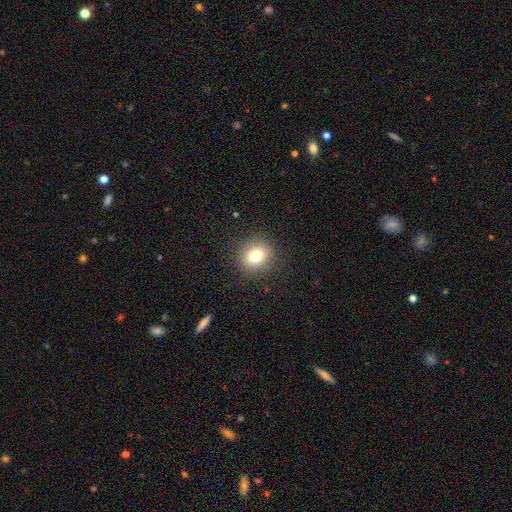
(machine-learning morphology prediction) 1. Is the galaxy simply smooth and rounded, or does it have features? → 78% smooth, 12% star or artifact, 10% featured or disk.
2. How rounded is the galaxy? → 80% round, 19% in between, 1% cigar-shaped.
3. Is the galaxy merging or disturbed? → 89% none, 7% minor disturbance, 3% major disturbance, 1% merger.